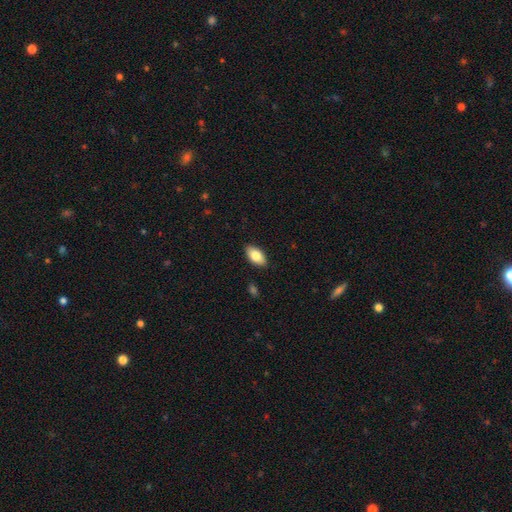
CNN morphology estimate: The model was most divided on "smooth or featured": smooth: 82%, featured or disk: 12%, star or artifact: 7%. More confident: how rounded — in between (93%); merging — none (88%).